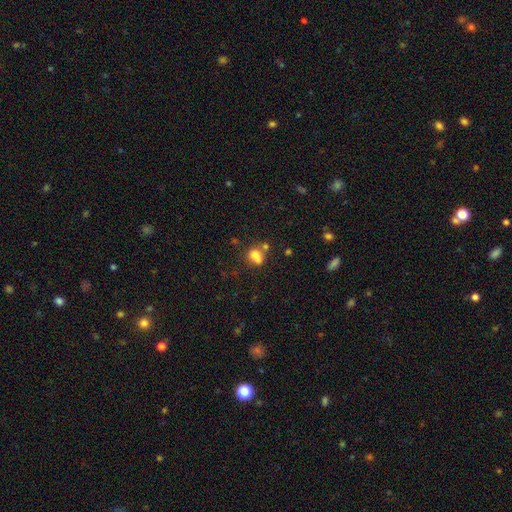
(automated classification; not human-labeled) Overall: smooth (73%). How rounded: round (50%; in between 48%). Merging: merger (42%; none 36%).